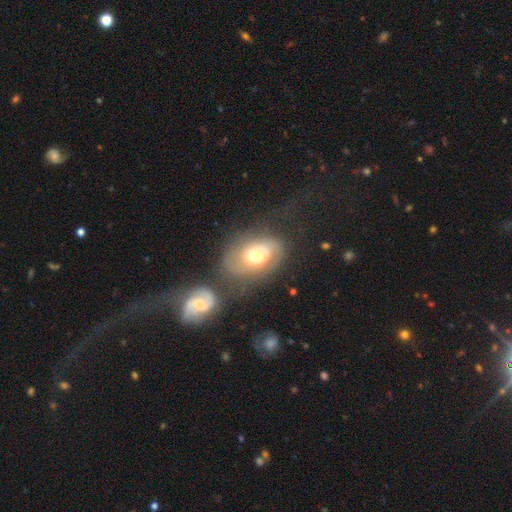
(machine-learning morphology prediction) smooth_or_featured: featured or disk (p=0.55) [alt: smooth p=0.37]
disk_edge_on: no (p=0.94) [alt: yes p=0.06]
bar: no (p=0.69) [alt: weak p=0.26]
has_spiral_arms: yes (p=0.74) [alt: no p=0.26]
bulge_size: moderate (p=0.64) [alt: large p=0.21]
merging: none (p=0.47) [alt: minor disturbance p=0.21]